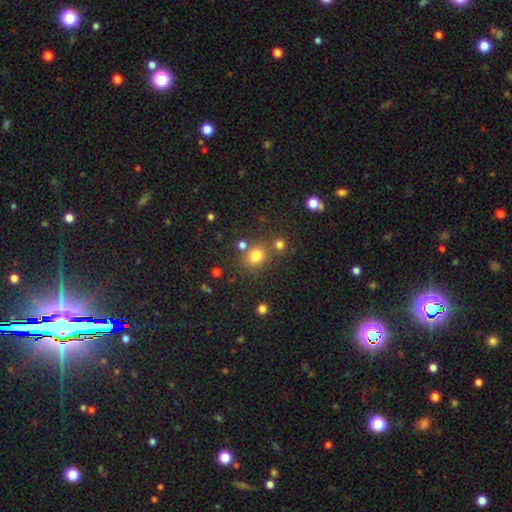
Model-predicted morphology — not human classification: smooth_or_featured: smooth (p=0.77) [alt: star or artifact p=0.17]
how_rounded: round (p=0.67) [alt: in between p=0.32]
merging: none (p=0.68) [alt: merger p=0.17]